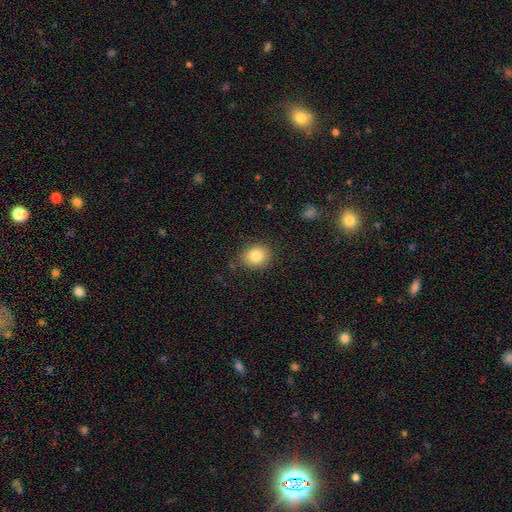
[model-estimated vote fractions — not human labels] smooth-or-featured: smooth: 83% | star or artifact: 9% | featured or disk: 8%
  how-rounded: round: 64% | in between: 35% | cigar-shaped: 1%
  merging: none: 83% | minor disturbance: 13% | major disturbance: 3% | merger: 1%